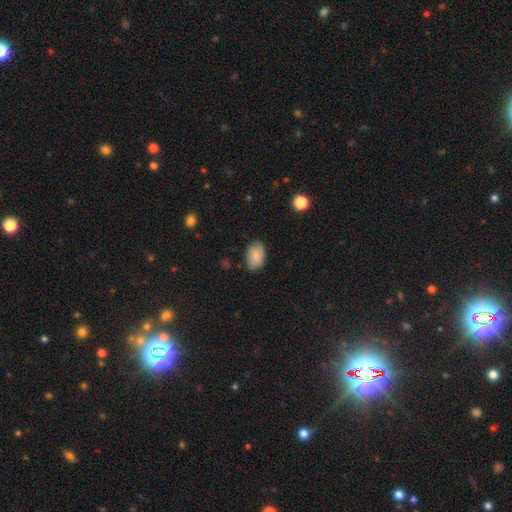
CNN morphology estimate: smooth_or_featured: smooth (p=0.85) [alt: featured or disk p=0.08]
how_rounded: in between (p=0.91) [alt: round p=0.08]
merging: none (p=0.78) [alt: minor disturbance p=0.17]